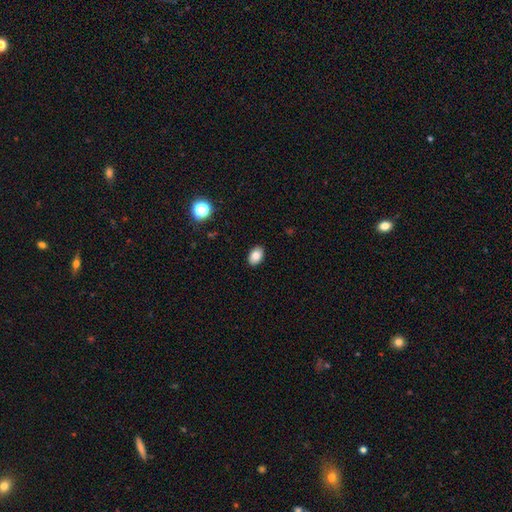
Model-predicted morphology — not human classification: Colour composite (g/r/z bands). It shows a smooth galaxy with no disk features (84%) that is in between round and cigar-shaped (86%). Merging: none (90%).